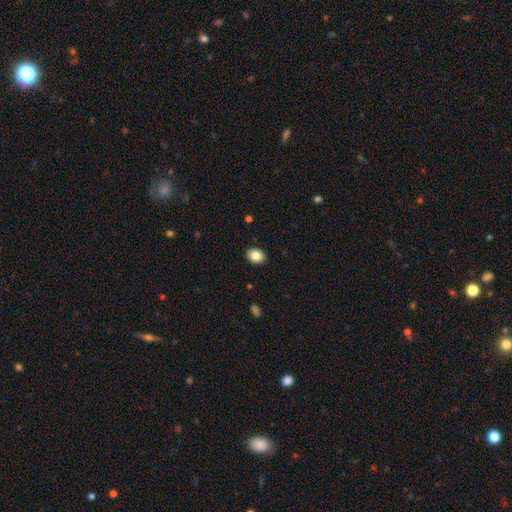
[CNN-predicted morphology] smooth_or_featured: smooth (p=0.85) [alt: star or artifact p=0.08]
how_rounded: in between (p=0.62) [alt: round p=0.37]
merging: none (p=0.90) [alt: minor disturbance p=0.07]